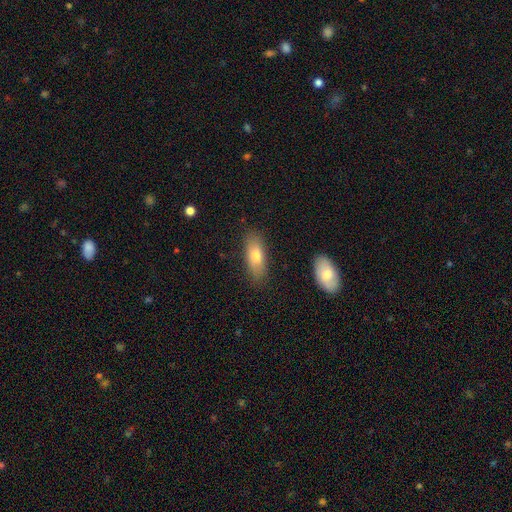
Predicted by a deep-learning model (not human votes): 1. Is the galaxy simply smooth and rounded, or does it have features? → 73% smooth, 20% featured or disk, 6% star or artifact.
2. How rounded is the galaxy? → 71% in between, 27% cigar-shaped, 3% round.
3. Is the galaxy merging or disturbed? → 84% none, 12% minor disturbance, 3% major disturbance, 2% merger.